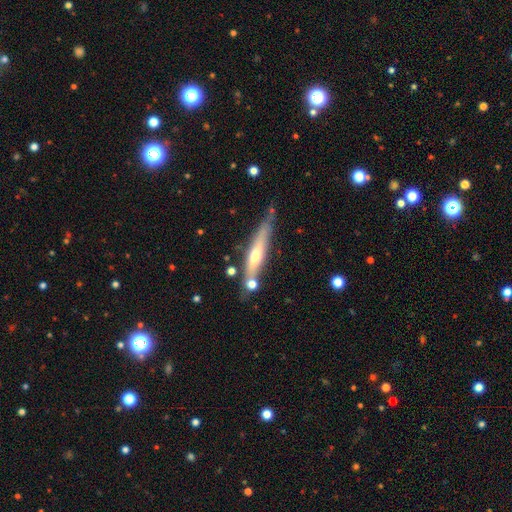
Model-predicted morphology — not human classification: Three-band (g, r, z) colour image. It shows a featured or disk galaxy (55%) viewed edge-on (86%). Merging: none (65%).